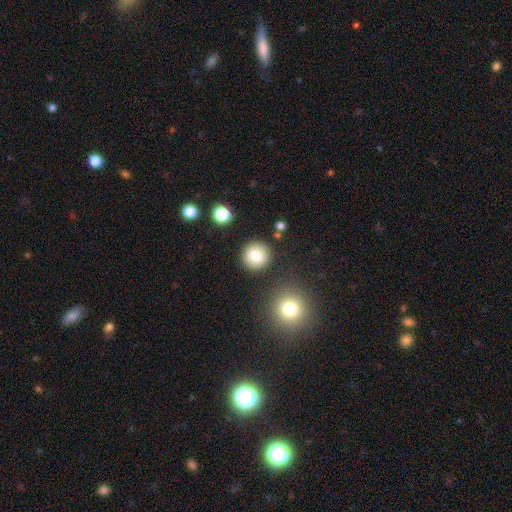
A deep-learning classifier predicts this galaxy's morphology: Smooth or featured? smooth (82%)
How rounded? round (94%)
Merging? none (87%)